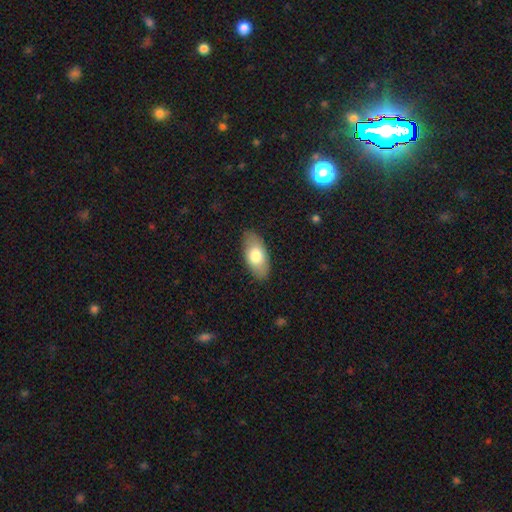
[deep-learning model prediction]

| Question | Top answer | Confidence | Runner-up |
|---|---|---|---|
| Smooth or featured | smooth | 74% | featured or disk (20%) |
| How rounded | in between | 92% | cigar-shaped (5%) |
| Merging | none | 85% | minor disturbance (11%) |